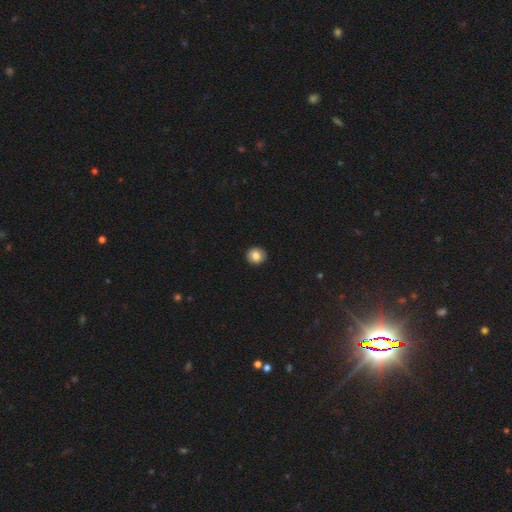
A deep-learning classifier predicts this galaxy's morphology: A smooth galaxy with no disk features (83%) that is round (89%). Merging: none (91%).